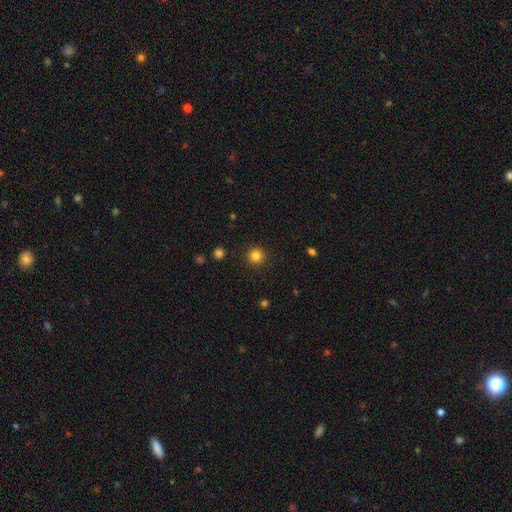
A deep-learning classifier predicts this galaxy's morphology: Overall: smooth (83%). How rounded: round (95%). Merging: none (92%).